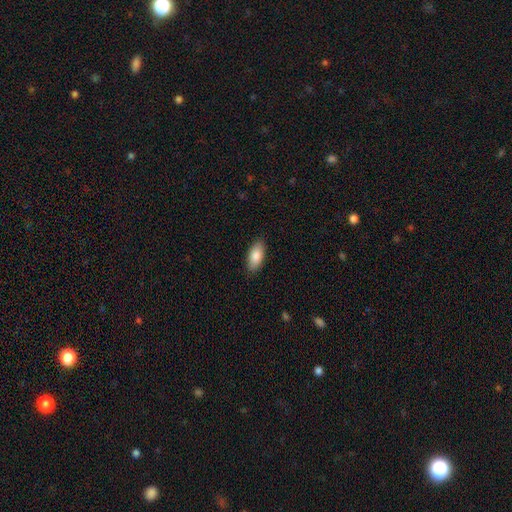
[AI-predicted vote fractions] Morphology: type=smooth (86%); roundness=in between (90%); merging=none (88%).